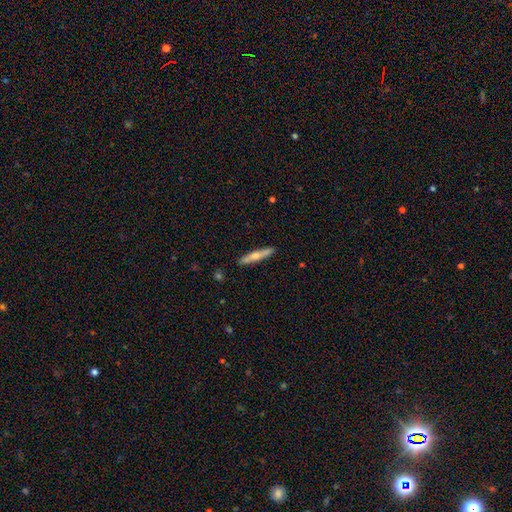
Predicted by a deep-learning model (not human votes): Smooth or featured? Predicted: featured or disk (p=0.52). Edge-on disk? Predicted: yes (p=0.94). Merging? Predicted: none (p=0.88).